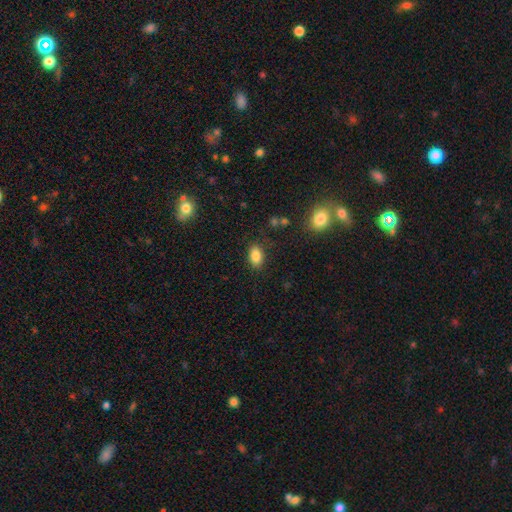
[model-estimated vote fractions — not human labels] Smooth or featured?
  - smooth: 85% *
  - star or artifact: 9%
  - featured or disk: 6%
How rounded?
  - in between: 88% *
  - round: 10%
  - cigar-shaped: 2%
Merging?
  - none: 83% *
  - minor disturbance: 11%
  - major disturbance: 3%
  - merger: 2%